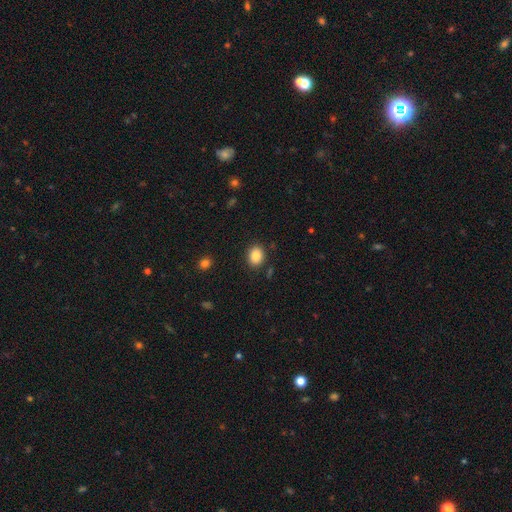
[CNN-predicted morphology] The model was most divided on "how rounded": in between: 53%, round: 46%, cigar-shaped: 1%. More confident: smooth or featured — smooth (87%); merging — none (87%).